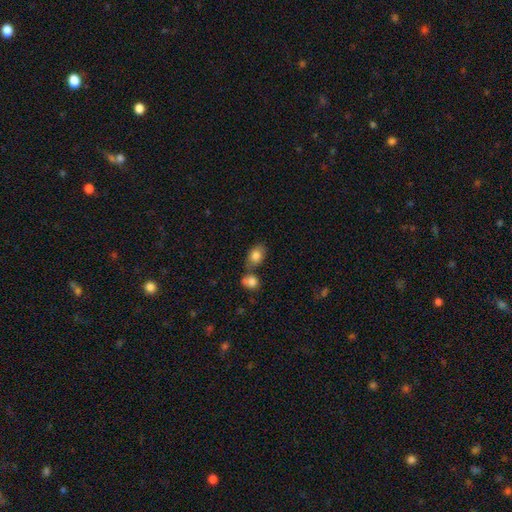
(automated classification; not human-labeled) The model was most divided on "merging": none: 58%, merger: 25%, minor disturbance: 13%, major disturbance: 4%. More confident: smooth or featured — smooth (83%); how rounded — in between (79%).